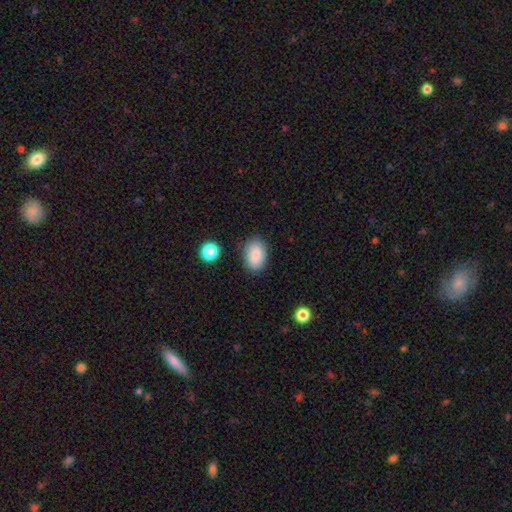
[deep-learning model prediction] Overall: smooth (86%). How rounded: in between (87%). Merging: none (83%).